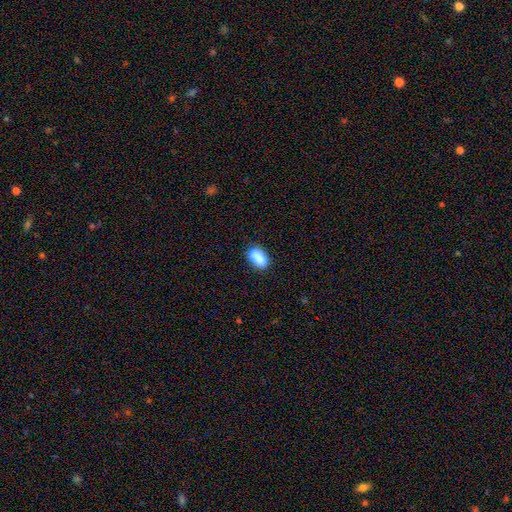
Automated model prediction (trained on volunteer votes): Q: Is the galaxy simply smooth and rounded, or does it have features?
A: smooth — 75%.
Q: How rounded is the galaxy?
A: in between — 81%.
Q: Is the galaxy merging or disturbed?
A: none — 47%.